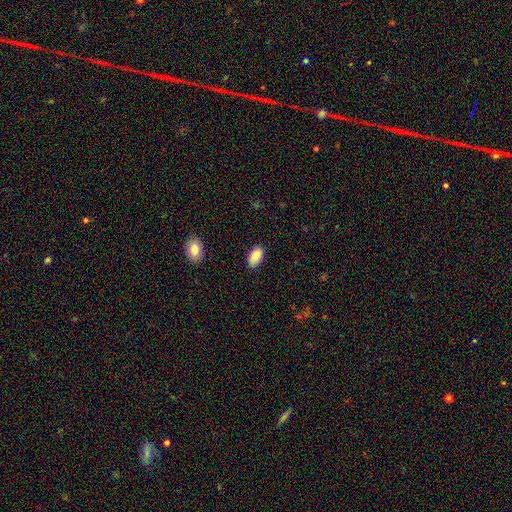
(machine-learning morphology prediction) Smooth or featured? Predicted: smooth (p=0.88). How rounded? Predicted: in between (p=0.94). Merging? Predicted: none (p=0.84).